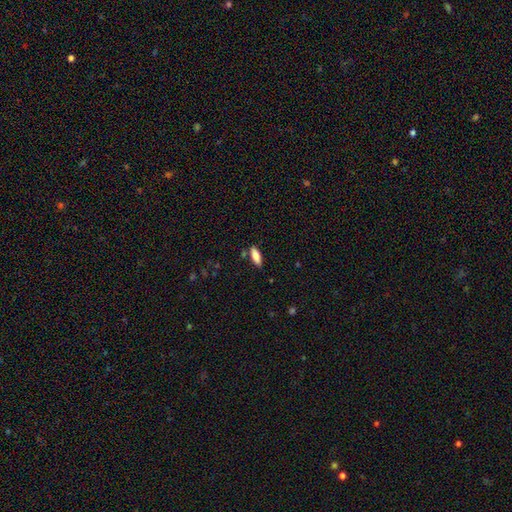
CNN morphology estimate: This is likely a smooth galaxy (80%). How rounded: likely in between (64%). Merging: clearly none (81%).